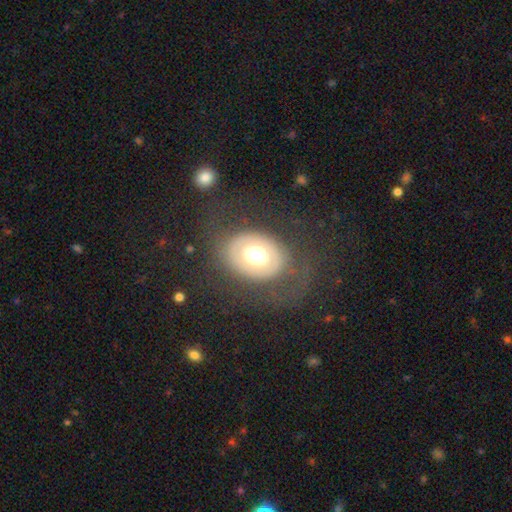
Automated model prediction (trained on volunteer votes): smooth 48%, featured or disk 44%, star or artifact 8%. Down the decision tree: merging — none (71%).